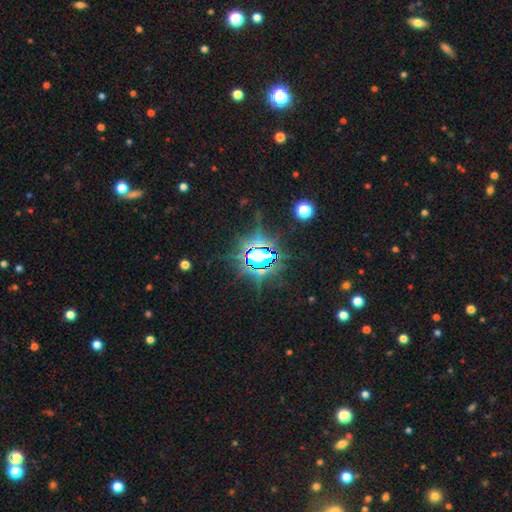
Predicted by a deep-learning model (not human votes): A star or artifact, not a galaxy (77%).

Vote fractions:
- Smooth or featured? star or artifact: 77% / smooth: 12% / featured or disk: 10%